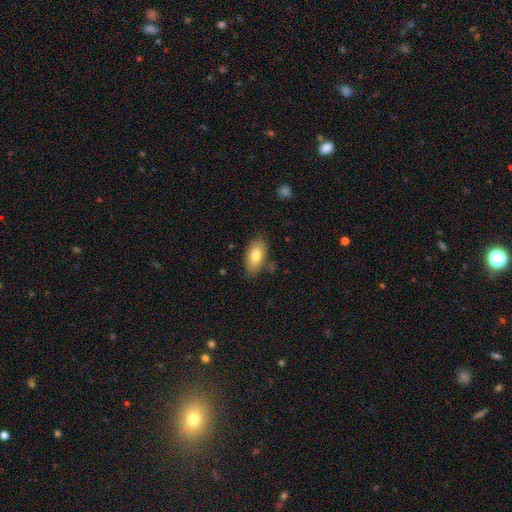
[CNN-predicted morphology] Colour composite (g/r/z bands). It shows a smooth galaxy with no disk features (78%) that is in between round and cigar-shaped (91%). Merging: none (80%).